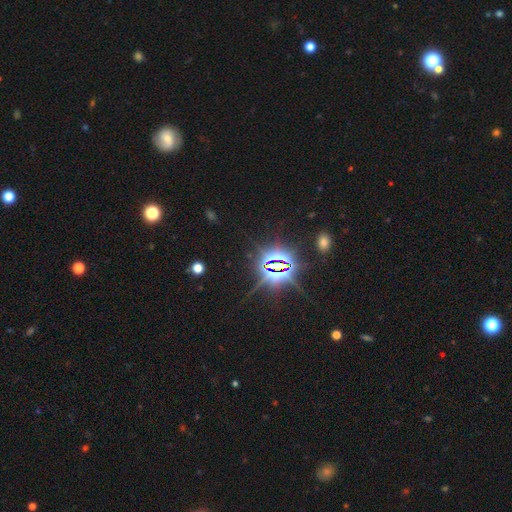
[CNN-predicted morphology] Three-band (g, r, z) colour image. It shows a star or artifact, not a galaxy (84%).